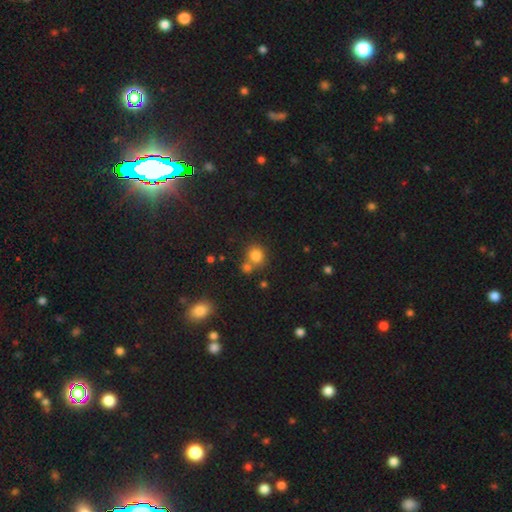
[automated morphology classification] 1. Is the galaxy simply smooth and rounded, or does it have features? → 80% smooth, 13% star or artifact, 7% featured or disk.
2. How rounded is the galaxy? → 81% round, 18% in between, 1% cigar-shaped.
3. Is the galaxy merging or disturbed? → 58% none, 29% merger, 9% minor disturbance, 4% major disturbance.